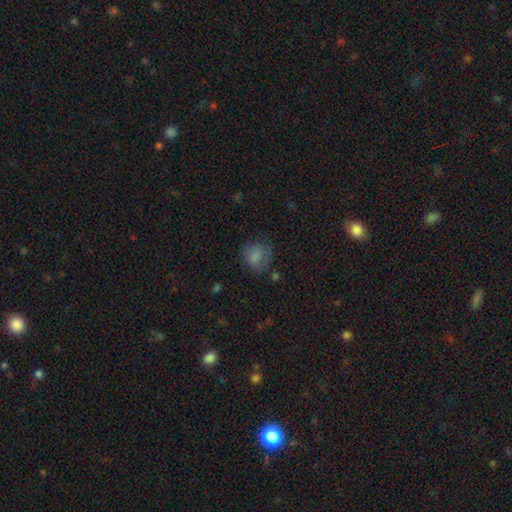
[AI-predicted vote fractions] Overall: smooth (77%). How rounded: round (74%). Merging: none (66%).